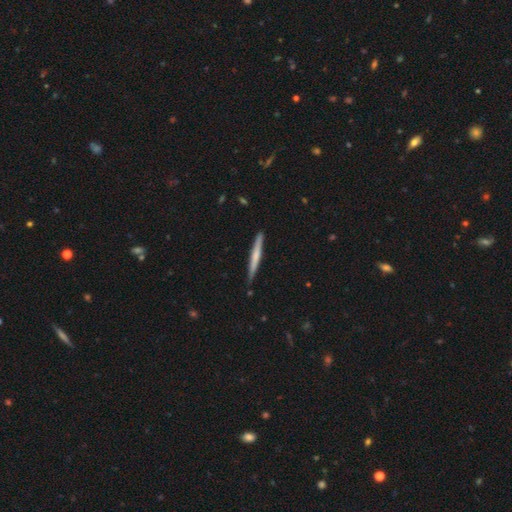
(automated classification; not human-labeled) The model was most divided on "smooth or featured": smooth: 53%, featured or disk: 42%, star or artifact: 5%. More confident: how rounded — cigar-shaped (97%); merging — none (86%).